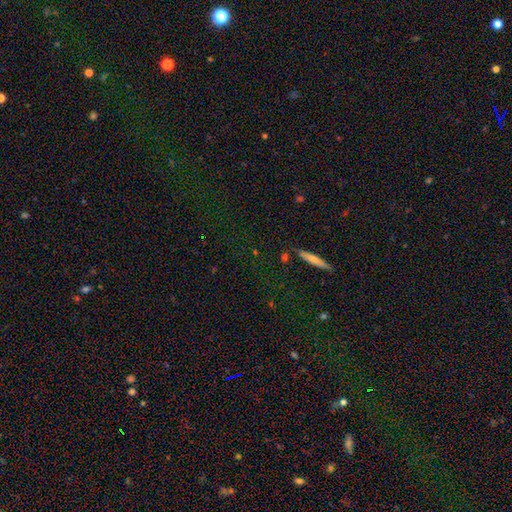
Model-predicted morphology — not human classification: Smooth or featured?
  - star or artifact: 69% *
  - smooth: 20%
  - featured or disk: 12%